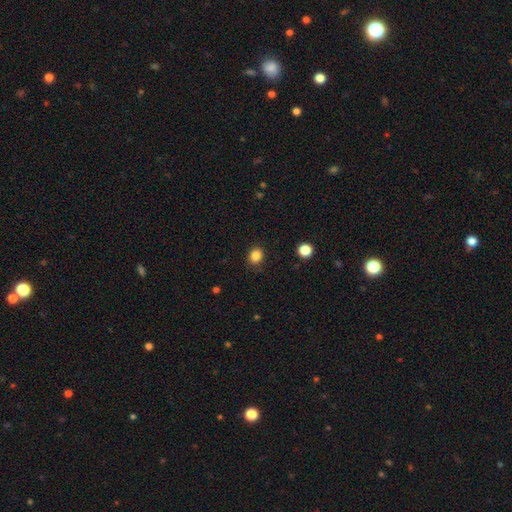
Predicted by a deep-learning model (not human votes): Smooth or featured? smooth (85%)
How rounded? round (65%)
Merging? none (84%)